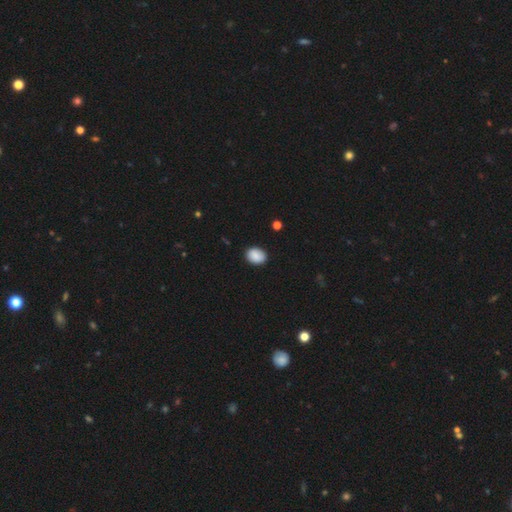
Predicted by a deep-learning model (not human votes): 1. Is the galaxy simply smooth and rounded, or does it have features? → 88% smooth, 8% star or artifact, 4% featured or disk.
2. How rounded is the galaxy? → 62% in between, 37% round, 1% cigar-shaped.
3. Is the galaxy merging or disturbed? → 87% none, 10% minor disturbance, 2% major disturbance, 1% merger.